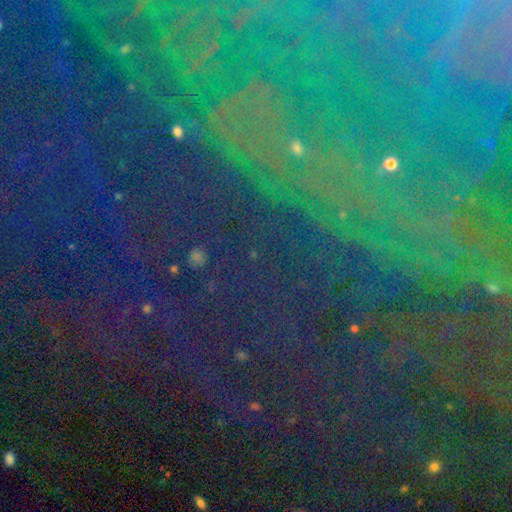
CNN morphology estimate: This is likely a star or artifact rather than a galaxy (78%).